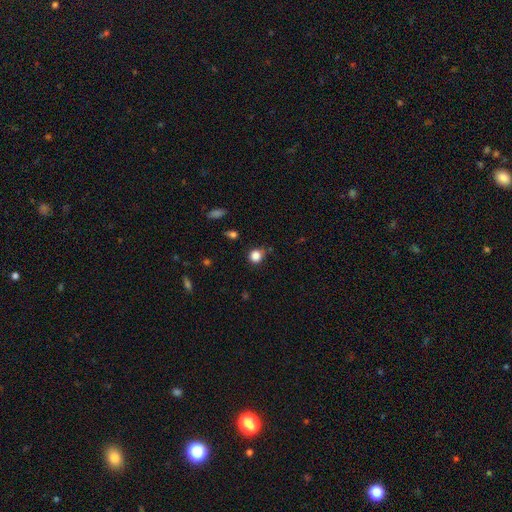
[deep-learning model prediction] This appears to be a smooth galaxy with no disk features (84%) that is round (84%). Merging: none (77%).